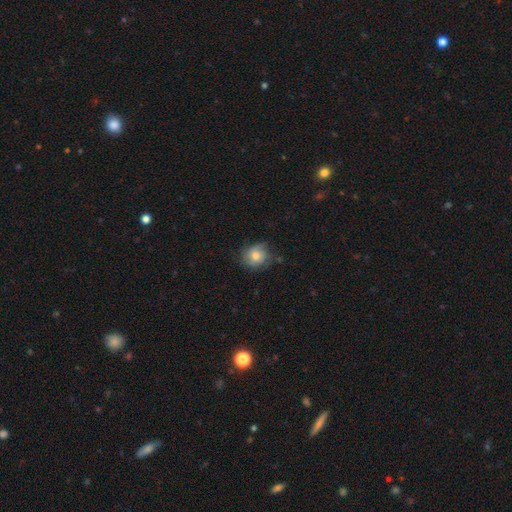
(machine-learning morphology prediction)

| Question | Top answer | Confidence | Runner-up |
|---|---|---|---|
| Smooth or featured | smooth | 66% | featured or disk (25%) |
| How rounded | round | 76% | in between (23%) |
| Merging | none | 64% | minor disturbance (26%) |